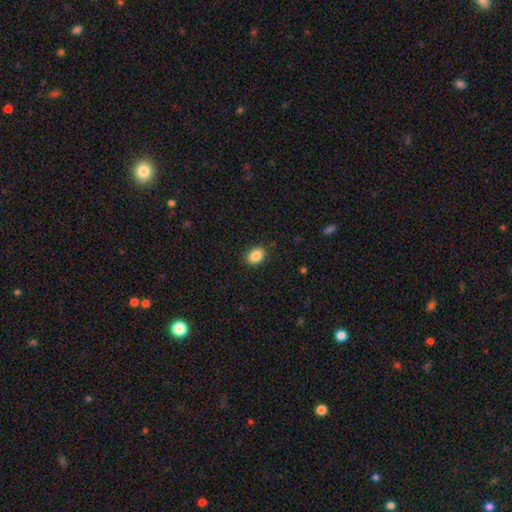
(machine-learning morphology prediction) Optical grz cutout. It shows a smooth galaxy with no disk features (87%) that is in between round and cigar-shaped (69%). Merging: none (86%).